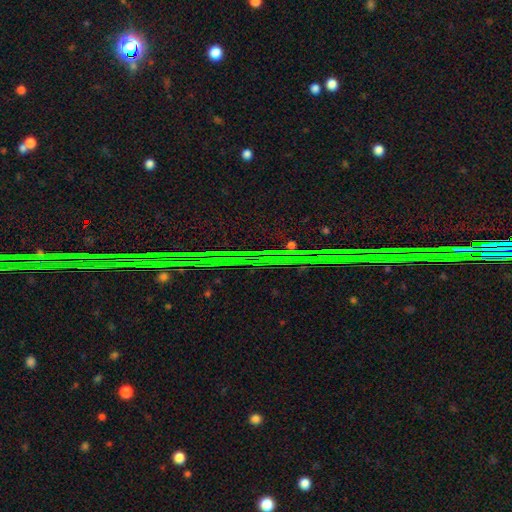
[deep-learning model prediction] A star or artifact, not a galaxy (85%).